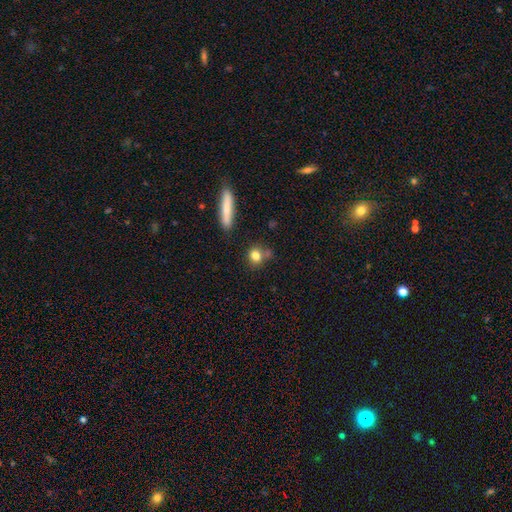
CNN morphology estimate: This is likely a smooth galaxy (79%). How rounded: likely round (76%). Merging: likely none (64%).